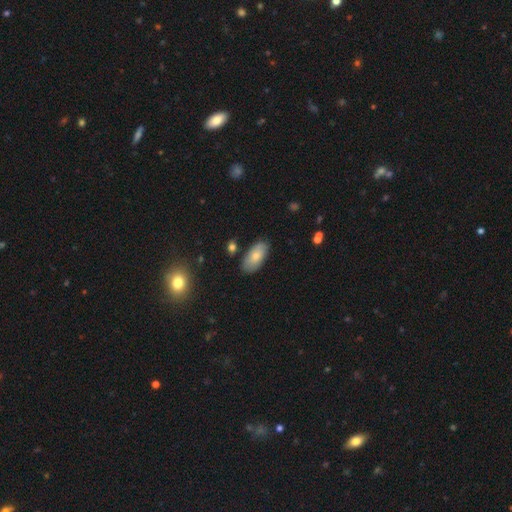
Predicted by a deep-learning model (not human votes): Smooth or featured: smooth — 77% (featured or disk — 17%)
How rounded: in between — 94% (cigar-shaped — 4%)
Merging: none — 80% (minor disturbance — 15%)